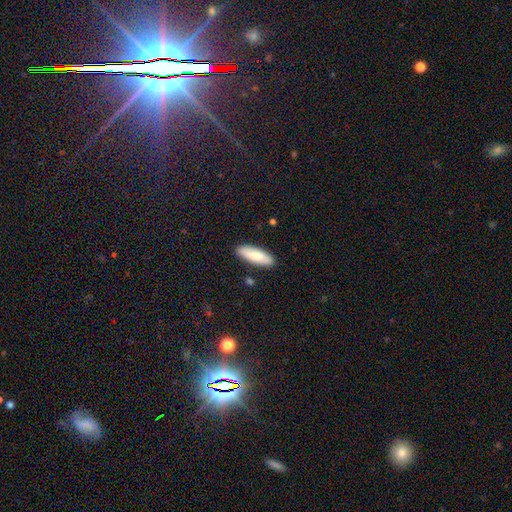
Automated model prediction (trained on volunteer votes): smooth-or-featured: smooth: 81% | featured or disk: 14% | star or artifact: 5%
  how-rounded: in between: 56% | cigar-shaped: 42% | round: 2%
  merging: none: 89% | minor disturbance: 8% | major disturbance: 2% | merger: 1%